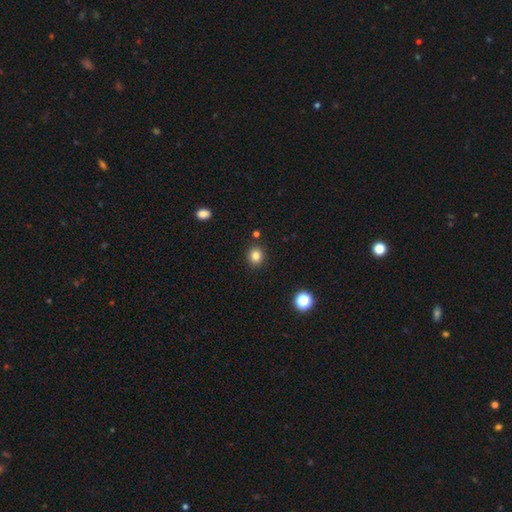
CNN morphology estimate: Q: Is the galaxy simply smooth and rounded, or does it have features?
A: smooth — 83%.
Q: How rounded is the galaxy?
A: round — 73%.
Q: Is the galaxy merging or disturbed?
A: none — 88%.